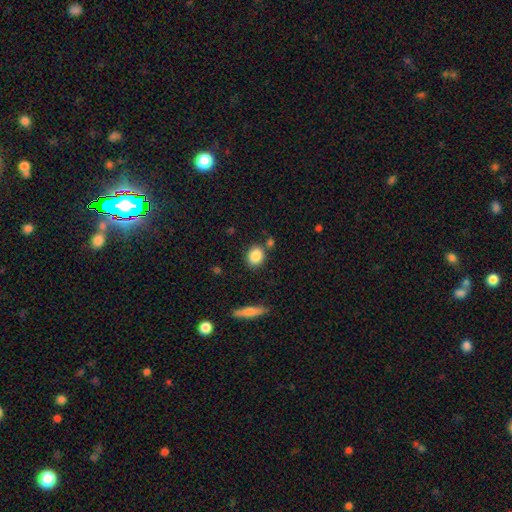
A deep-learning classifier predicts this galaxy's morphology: Overall: smooth (86%). How rounded: round (57%; in between 41%). Merging: none (78%).